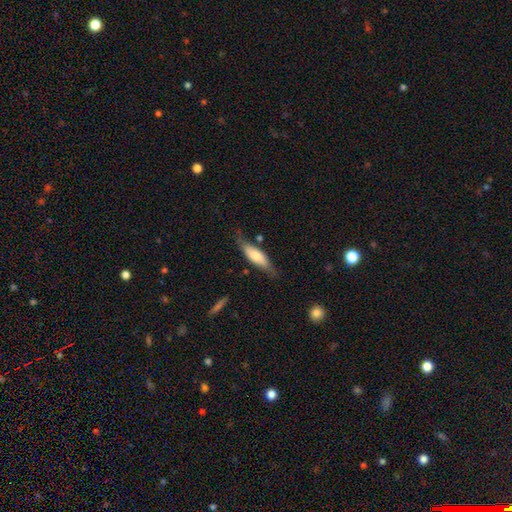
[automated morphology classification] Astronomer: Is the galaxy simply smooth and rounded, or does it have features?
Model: smooth — 63%.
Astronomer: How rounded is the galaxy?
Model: cigar-shaped — 50% (runner-up: in between, 48%).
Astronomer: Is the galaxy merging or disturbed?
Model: none — 64%.